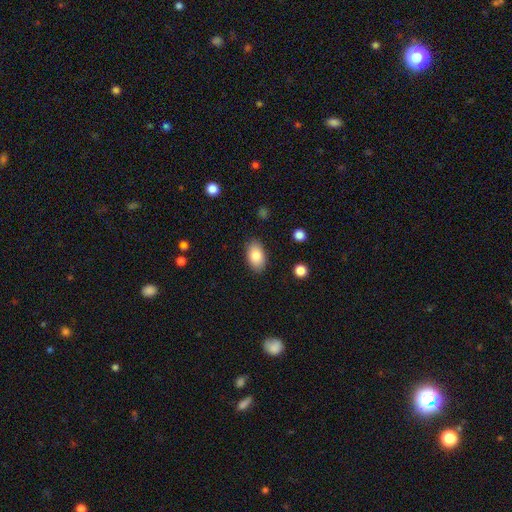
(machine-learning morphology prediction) smooth-or-featured: smooth: 83% | featured or disk: 10% | star or artifact: 7%
  how-rounded: in between: 92% | round: 6% | cigar-shaped: 2%
  merging: none: 87% | minor disturbance: 10% | major disturbance: 2% | merger: 1%